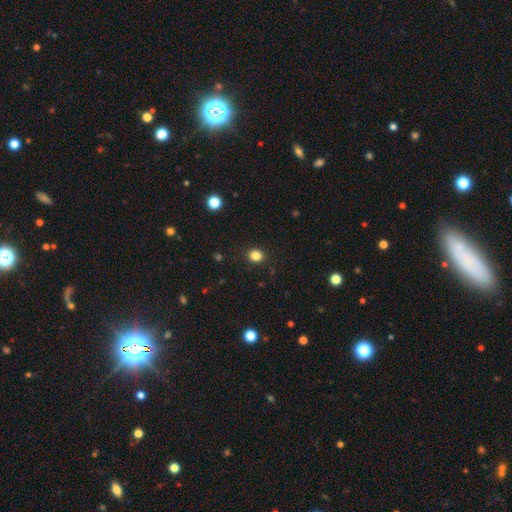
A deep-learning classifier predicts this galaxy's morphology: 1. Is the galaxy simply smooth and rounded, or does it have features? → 84% smooth, 12% star or artifact, 4% featured or disk.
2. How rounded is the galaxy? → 66% round, 33% in between, 1% cigar-shaped.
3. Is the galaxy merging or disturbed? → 90% none, 7% minor disturbance, 2% major disturbance, 1% merger.